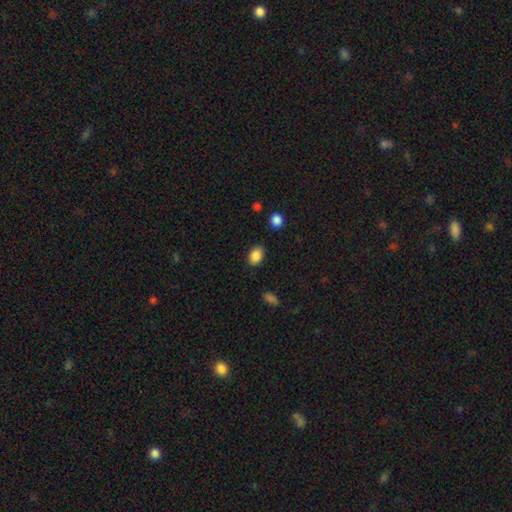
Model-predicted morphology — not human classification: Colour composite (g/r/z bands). It shows a smooth galaxy with no disk features (88%) that is in between round and cigar-shaped (73%). Merging: none (86%).